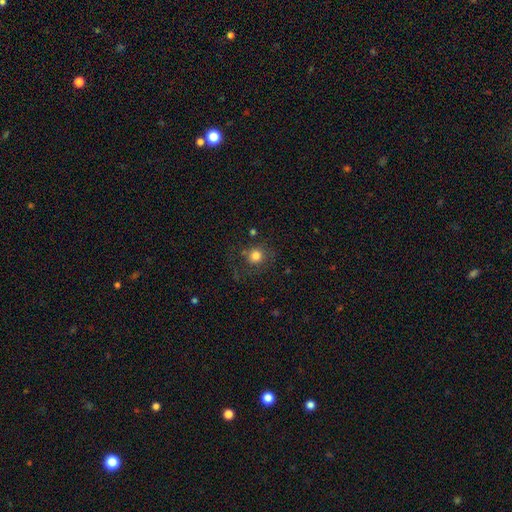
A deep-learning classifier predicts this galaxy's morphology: A smooth galaxy with no disk features (79%) that is round (85%). Merging: none (69%).